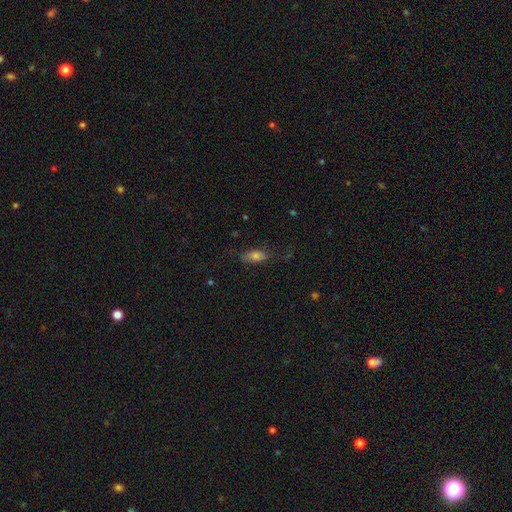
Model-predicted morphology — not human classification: This is likely a smooth galaxy (71%). How rounded: clearly in between (80%). Merging: likely none (65%).